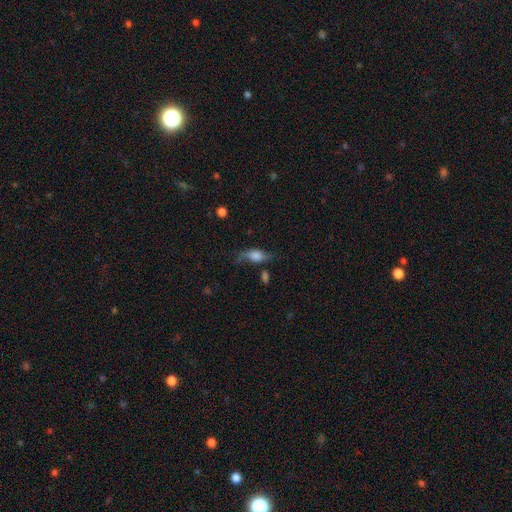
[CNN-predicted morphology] Smooth or featured?
  - smooth: 55% *
  - featured or disk: 35%
  - star or artifact: 10%
How rounded?
  - in between: 76% *
  - cigar-shaped: 13%
  - round: 11%
Merging?
  - none: 50% *
  - minor disturbance: 28%
  - major disturbance: 17%
  - merger: 5%